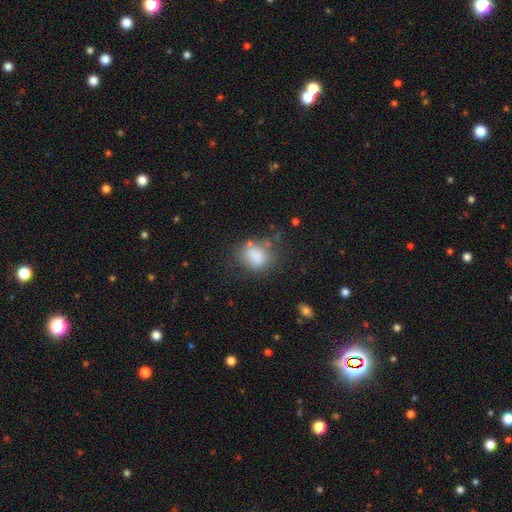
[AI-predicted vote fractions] Smooth or featured? Predicted: smooth (p=0.79). How rounded? Predicted: in between (p=0.50). Merging? Predicted: none (p=0.55).